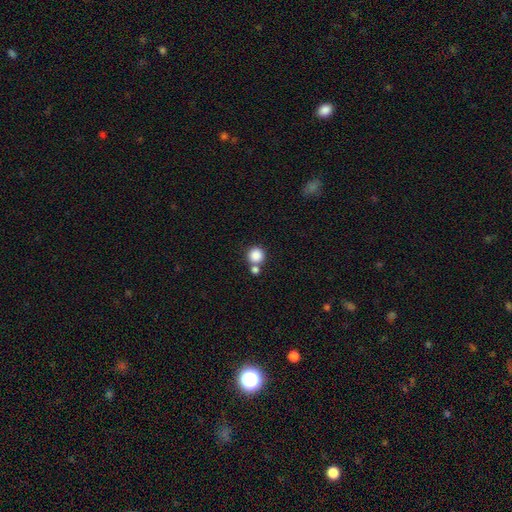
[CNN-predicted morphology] Overall: smooth (85%). How rounded: round (93%). Merging: none (61%; merger 29%).